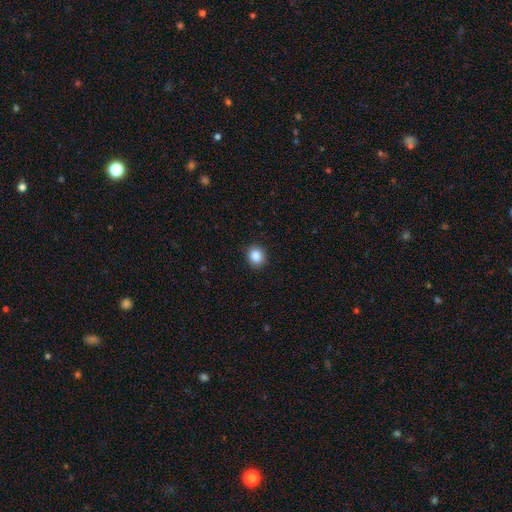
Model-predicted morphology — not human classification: A smooth galaxy with no disk features (87%) that is round (75%).

Vote fractions:
- Smooth or featured? smooth: 87% / star or artifact: 9% / featured or disk: 3%
- How rounded? round: 75% / in between: 24% / cigar-shaped: 1%
- Merging? none: 90% / minor disturbance: 7% / major disturbance: 2% / merger: 1%